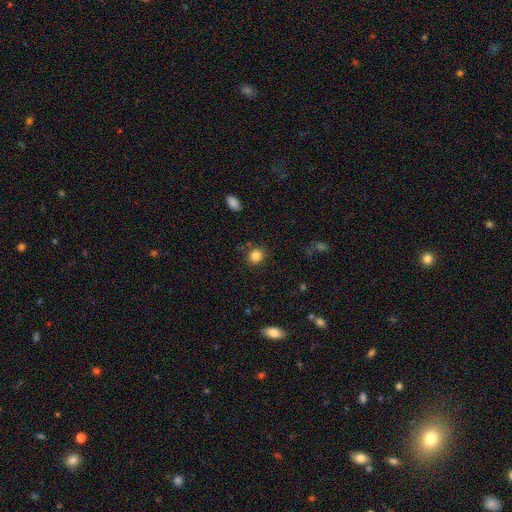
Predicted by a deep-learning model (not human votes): Smooth or featured? Predicted: smooth (p=0.84). How rounded? Predicted: round (p=0.78). Merging? Predicted: none (p=0.85).